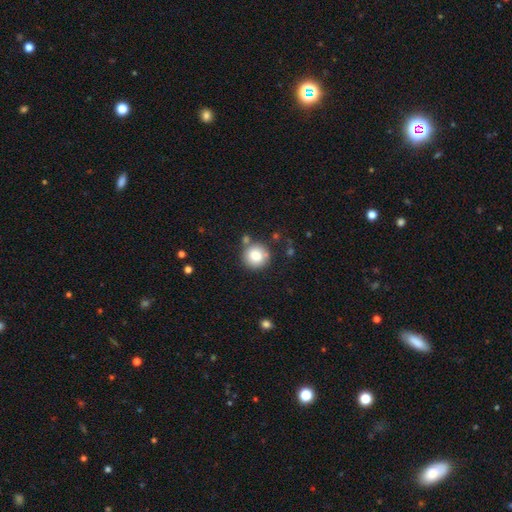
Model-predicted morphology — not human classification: Smooth or featured: smooth — 82% (star or artifact — 9%)
How rounded: round — 93% (in between — 6%)
Merging: none — 76% (minor disturbance — 11%)